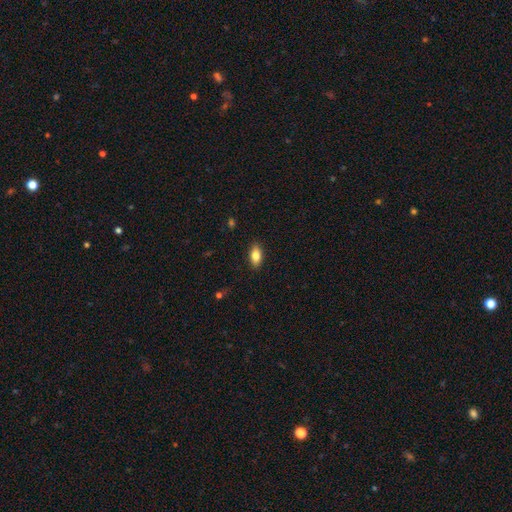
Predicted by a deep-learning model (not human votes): Smooth or featured?
  - smooth: 81% *
  - featured or disk: 11%
  - star or artifact: 7%
How rounded?
  - in between: 89% *
  - cigar-shaped: 7%
  - round: 4%
Merging?
  - none: 88% *
  - minor disturbance: 9%
  - major disturbance: 2%
  - merger: 1%